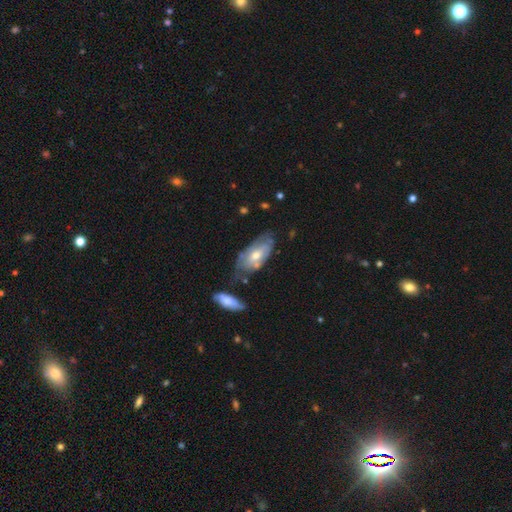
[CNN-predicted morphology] The model was most divided on "smooth or featured": featured or disk: 49%, smooth: 46%, star or artifact: 6%. More confident: merging — none (50%).